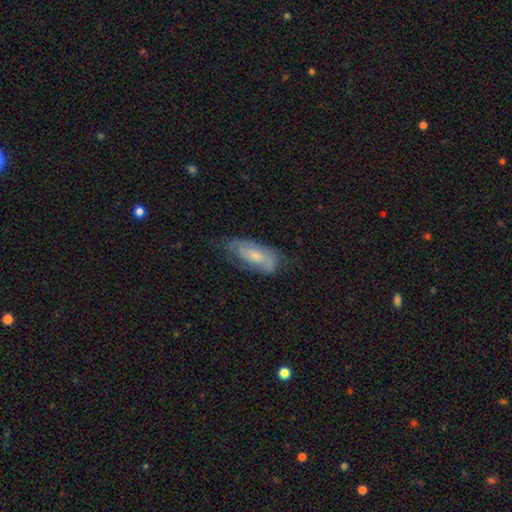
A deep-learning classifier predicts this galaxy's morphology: smooth-or-featured: featured or disk: 52% | smooth: 41% | star or artifact: 7%
  disk-edge-on: no: 87% | yes: 13%
  merging: none: 55% | minor disturbance: 30% | major disturbance: 13% | merger: 2%